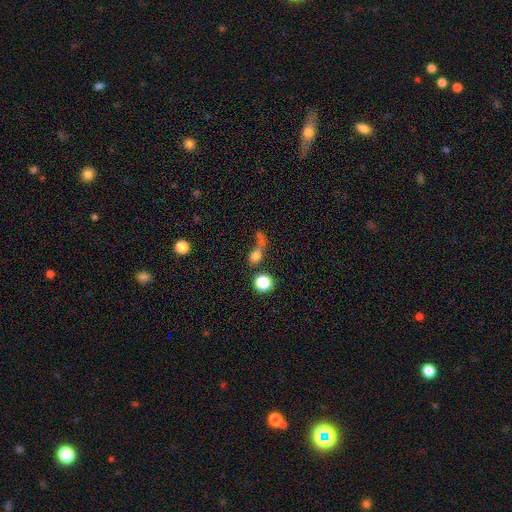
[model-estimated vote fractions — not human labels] smooth-or-featured: smooth: 70% | star or artifact: 17% | featured or disk: 12%
  how-rounded: round: 54% | in between: 40% | cigar-shaped: 6%
  merging: none: 36% (tied) | merger: 36% (tied) | major disturbance: 17% | minor disturbance: 12%